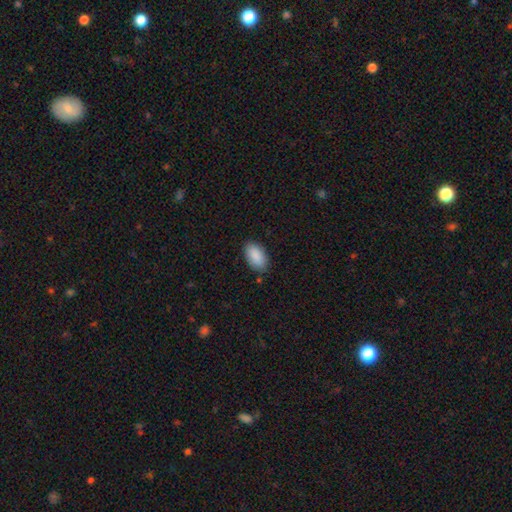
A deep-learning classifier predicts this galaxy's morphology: smooth_or_featured: smooth (p=0.90) [alt: star or artifact p=0.06]
how_rounded: in between (p=0.95) [alt: round p=0.03]
merging: none (p=0.84) [alt: minor disturbance p=0.12]